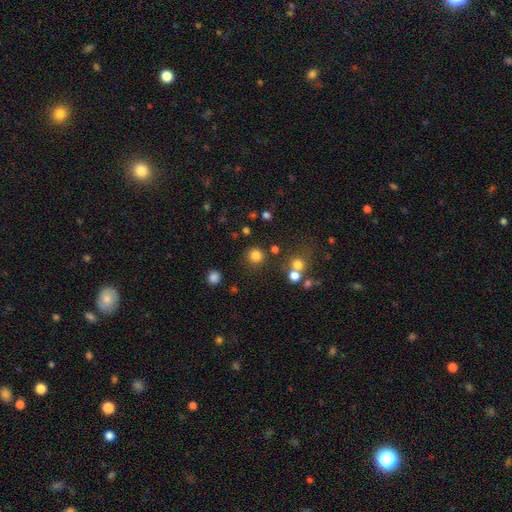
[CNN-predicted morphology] type=smooth (80%); roundness=round (94%); merging=none (84%).